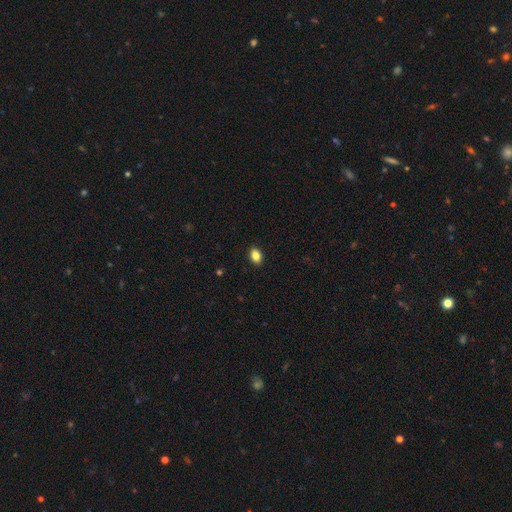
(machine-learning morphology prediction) smooth-or-featured: smooth: 85% | star or artifact: 9% | featured or disk: 6%
  how-rounded: in between: 84% | round: 14% | cigar-shaped: 2%
  merging: none: 90% | minor disturbance: 7% | major disturbance: 2% | merger: 1%